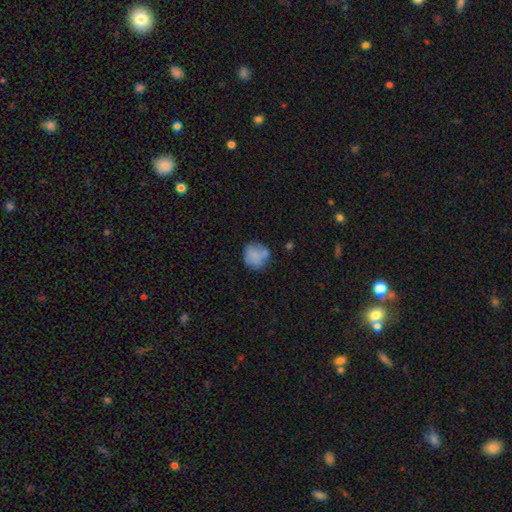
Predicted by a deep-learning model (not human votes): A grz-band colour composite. It shows a smooth galaxy with no disk features (70%) that is round (84%). Merging: none (61%).